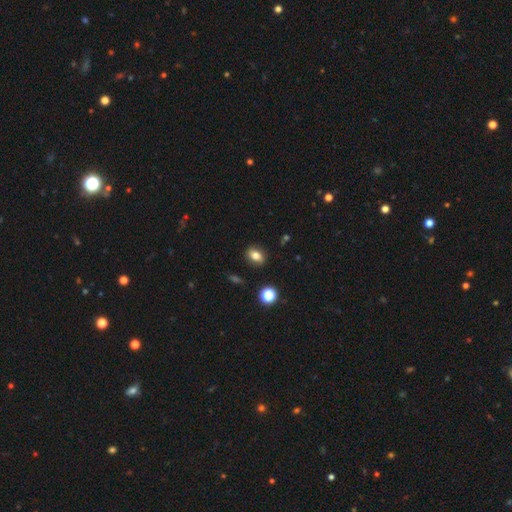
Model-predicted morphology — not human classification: Overall: smooth (76%). How rounded: in between (66%; round 32%). Merging: none (86%).